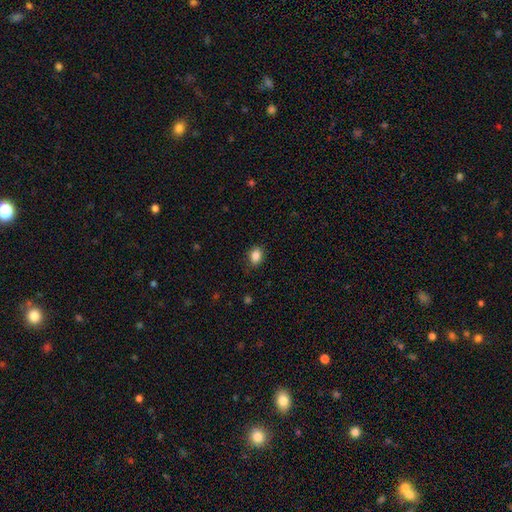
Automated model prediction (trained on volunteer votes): This appears to be a smooth galaxy with no disk features (87%) that is in between round and cigar-shaped (74%). Merging: none (85%).